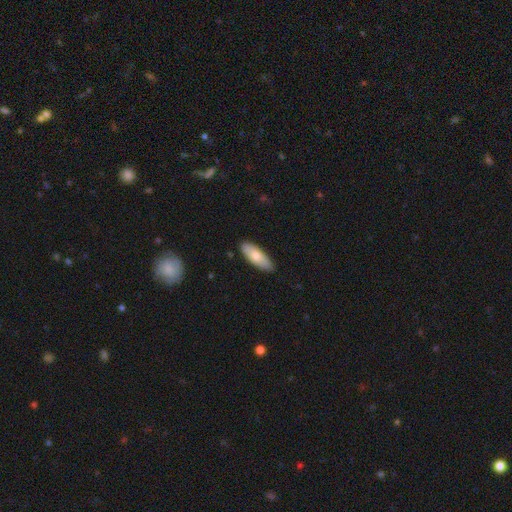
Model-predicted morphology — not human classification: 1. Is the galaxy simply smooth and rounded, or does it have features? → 76% smooth, 18% featured or disk, 5% star or artifact.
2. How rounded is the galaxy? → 69% in between, 30% cigar-shaped, 2% round.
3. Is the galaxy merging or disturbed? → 87% none, 10% minor disturbance, 2% major disturbance, 1% merger.